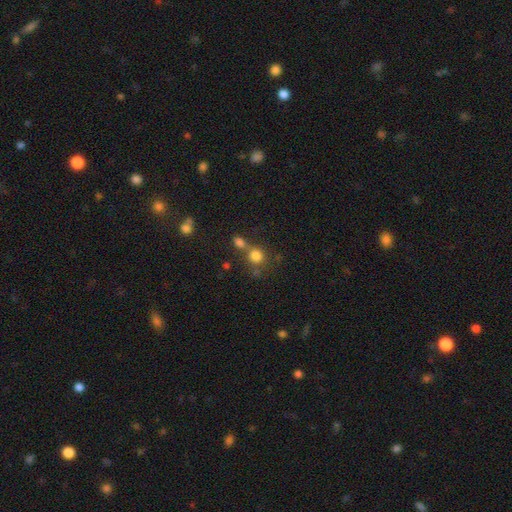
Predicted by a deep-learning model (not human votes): Morphology: type=smooth (78%); roundness=round (85%); merging=none (50%).